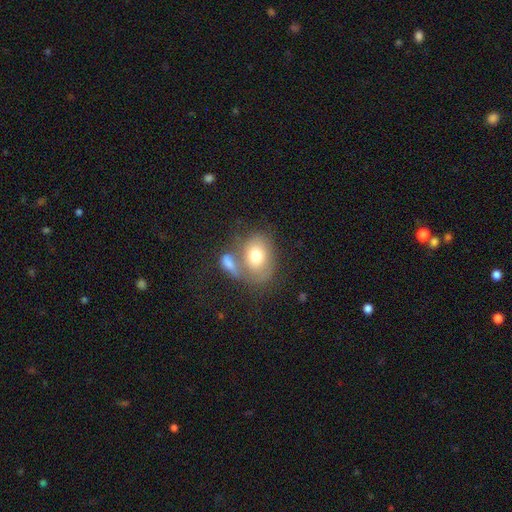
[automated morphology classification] Q: Smooth or featured?
A: smooth (70%); runner-up: featured or disk (23%)
Q: How rounded?
A: in between (68%); runner-up: round (30%)
Q: Merging?
A: none (38%); runner-up: merger (35%)